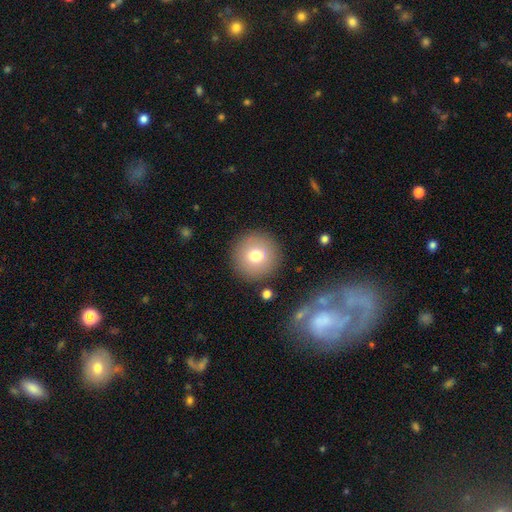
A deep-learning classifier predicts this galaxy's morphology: type=smooth (75%); roundness=round (95%); merging=none (88%).